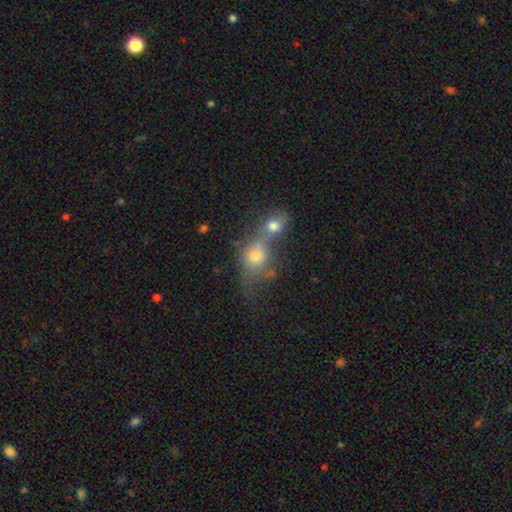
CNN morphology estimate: A smooth galaxy with no disk features (64%) that is round (52%).

Vote fractions:
- Smooth or featured? smooth: 64% / featured or disk: 22% / star or artifact: 13%
- How rounded? round: 52% / in between: 44% / cigar-shaped: 3%
- Merging? merger: 69% / none: 16% / major disturbance: 8% / minor disturbance: 7%